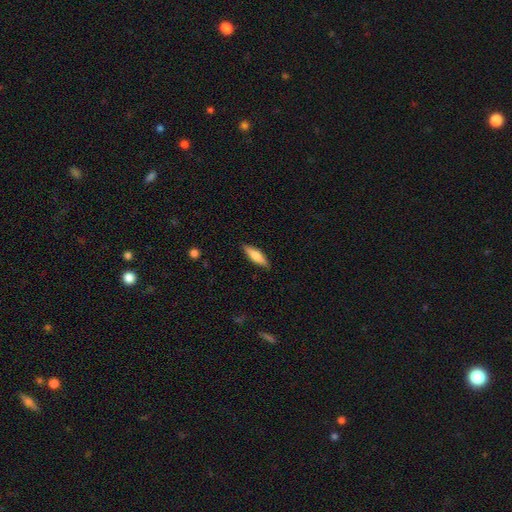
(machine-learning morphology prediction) A smooth galaxy with no disk features (64%) that is cigar-shaped (66%). Merging: none (88%).